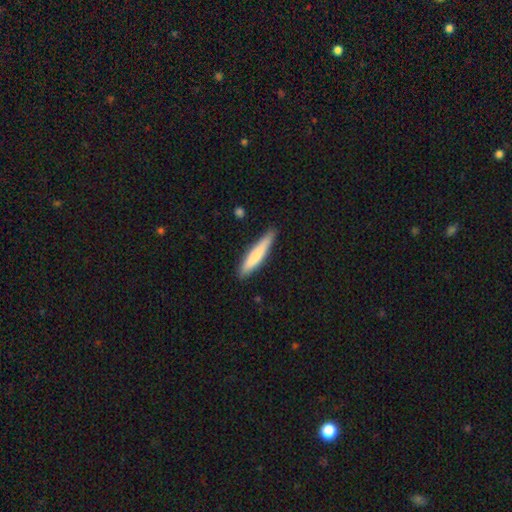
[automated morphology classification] Smooth or featured?
  - smooth: 76% *
  - featured or disk: 19%
  - star or artifact: 5%
How rounded?
  - cigar-shaped: 91% *
  - in between: 8%
  - round: 1%
Merging?
  - none: 85% *
  - minor disturbance: 12%
  - major disturbance: 2%
  - merger: 1%